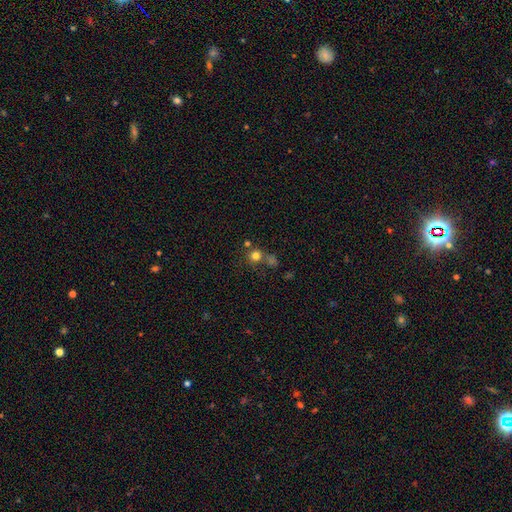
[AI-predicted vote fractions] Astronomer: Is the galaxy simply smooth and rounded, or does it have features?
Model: smooth — 72%.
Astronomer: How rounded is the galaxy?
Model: round — 90%.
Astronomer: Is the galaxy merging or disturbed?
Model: none — 58%.